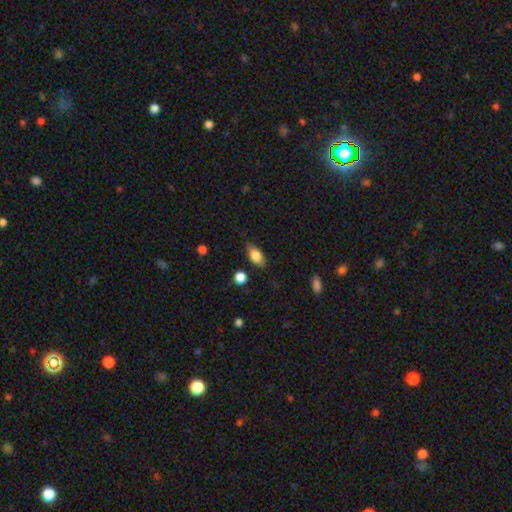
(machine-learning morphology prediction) A smooth galaxy with no disk features (80%) that is in between round and cigar-shaped (86%).

Vote fractions:
- Smooth or featured? smooth: 80% / featured or disk: 12% / star or artifact: 8%
- How rounded? in between: 86% / cigar-shaped: 8% / round: 7%
- Merging? none: 80% / minor disturbance: 15% / major disturbance: 3% / merger: 2%